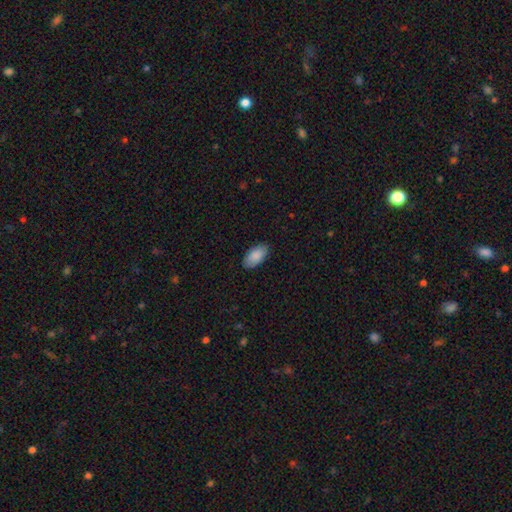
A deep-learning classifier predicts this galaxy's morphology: smooth-or-featured: smooth: 88% | star or artifact: 6% | featured or disk: 6%
  how-rounded: in between: 95% | round: 3% | cigar-shaped: 2%
  merging: none: 87% | minor disturbance: 10% | major disturbance: 2% | merger: 1%